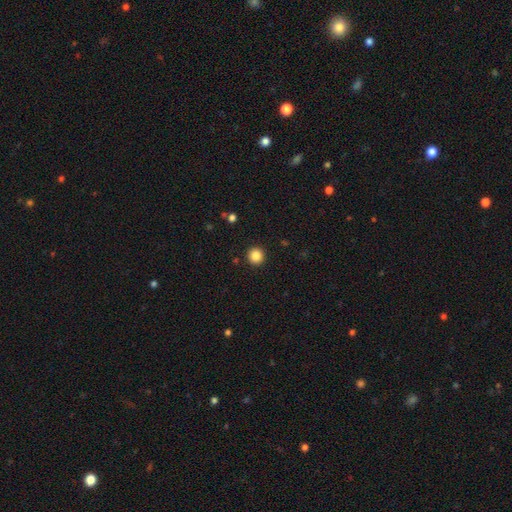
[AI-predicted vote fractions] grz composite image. It shows a smooth galaxy with no disk features (85%) that is round (95%). Merging: none (93%).